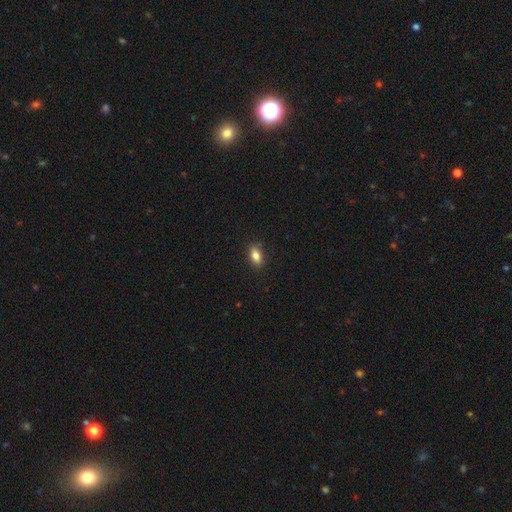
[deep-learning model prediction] smooth_or_featured: smooth (p=0.84) [alt: star or artifact p=0.08]
how_rounded: in between (p=0.87) [alt: round p=0.08]
merging: none (p=0.88) [alt: minor disturbance p=0.09]